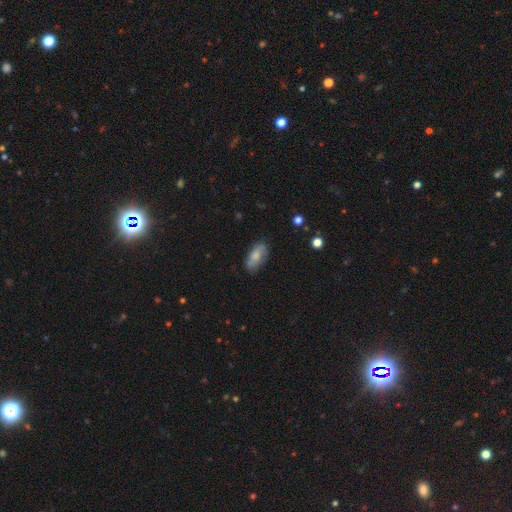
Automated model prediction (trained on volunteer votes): Overall: smooth (71%). How rounded: in between (87%). Merging: none (75%).